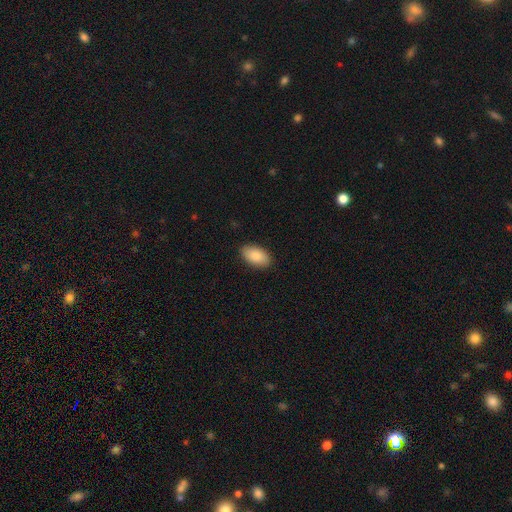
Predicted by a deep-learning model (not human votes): The model was most divided on "merging": none: 89%, minor disturbance: 8%, major disturbance: 2%, merger: 1%. More confident: how rounded — in between (95%); smooth or featured — smooth (90%).